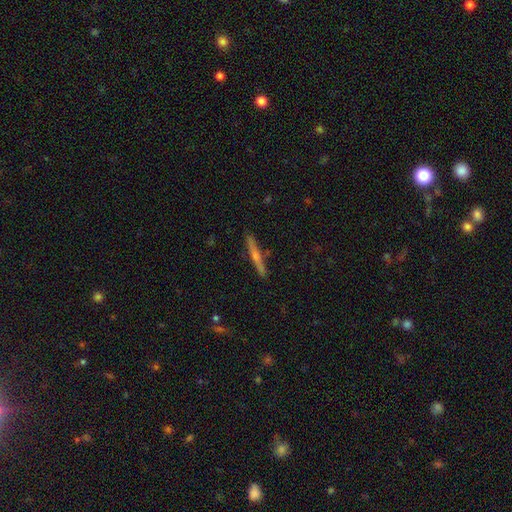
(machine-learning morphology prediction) Q: Smooth or featured?
A: featured or disk (65%); runner-up: smooth (28%)
Q: Edge-on disk?
A: yes (97%); runner-up: no (3%)
Q: Edge-on bulge?
A: rounded (76%); runner-up: none (20%)
Q: Merging?
A: none (90%); runner-up: minor disturbance (8%)